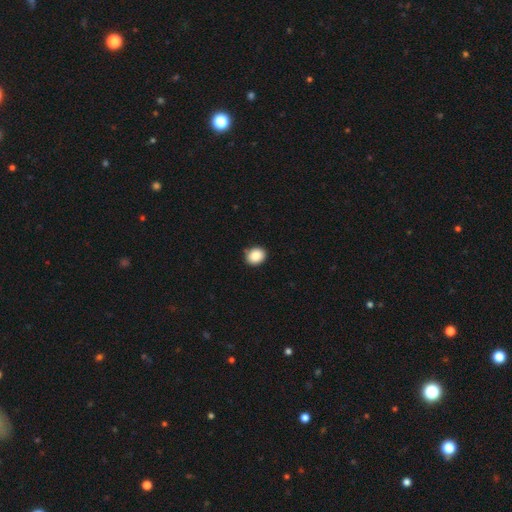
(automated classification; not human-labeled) The model was most divided on "how rounded": round: 71%, in between: 28%, cigar-shaped: 1%. More confident: smooth or featured — smooth (87%); merging — none (86%).